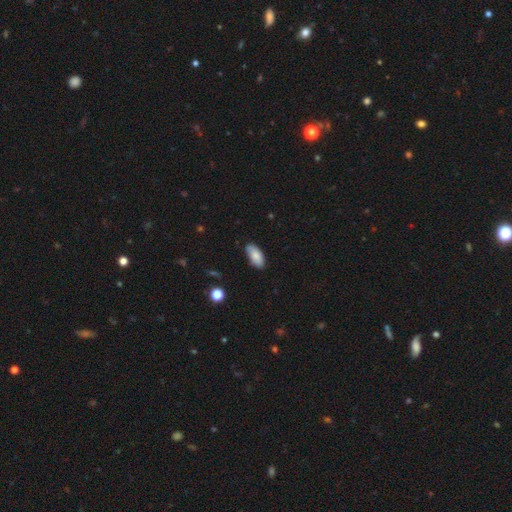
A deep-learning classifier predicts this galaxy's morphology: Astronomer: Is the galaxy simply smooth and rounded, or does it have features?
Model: smooth — 82%.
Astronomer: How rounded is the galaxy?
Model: in between — 91%.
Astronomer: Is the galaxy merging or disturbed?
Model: none — 82%.